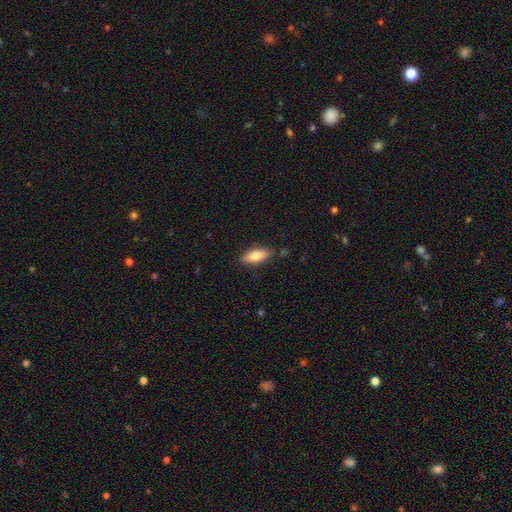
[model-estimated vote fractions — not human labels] smooth 81%, featured or disk 13%, star or artifact 7%. Down the decision tree: how rounded — in between (79%); merging — none (83%).